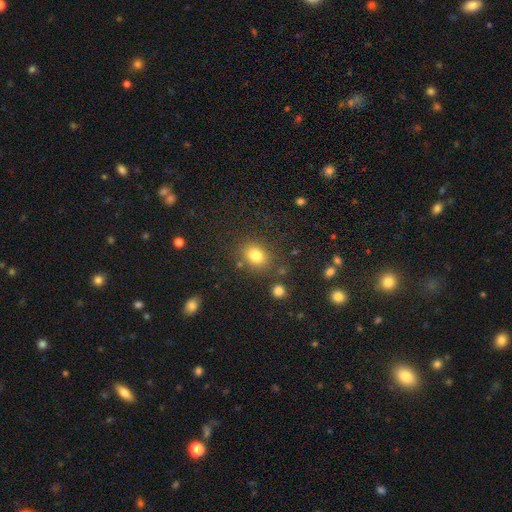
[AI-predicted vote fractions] This is likely a smooth galaxy (80%). How rounded: possibly round (50%). Merging: likely none (79%).